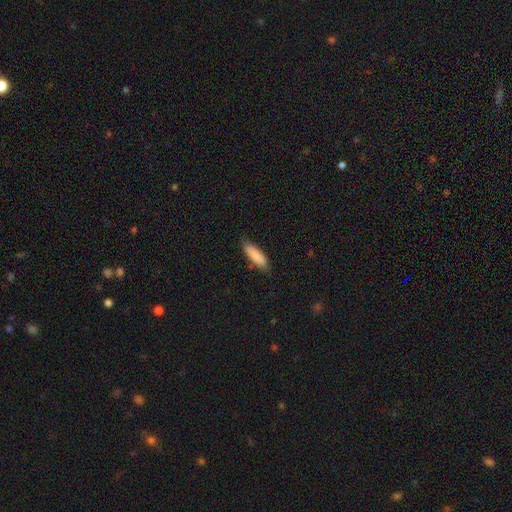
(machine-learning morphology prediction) smooth 83%, featured or disk 11%, star or artifact 6%. Down the decision tree: how rounded — in between (50%); merging — none (77%).